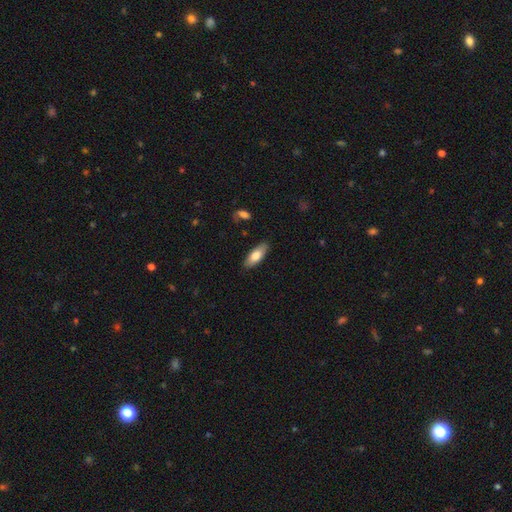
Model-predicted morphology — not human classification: type=smooth (76%); roundness=in between (74%); merging=none (86%).